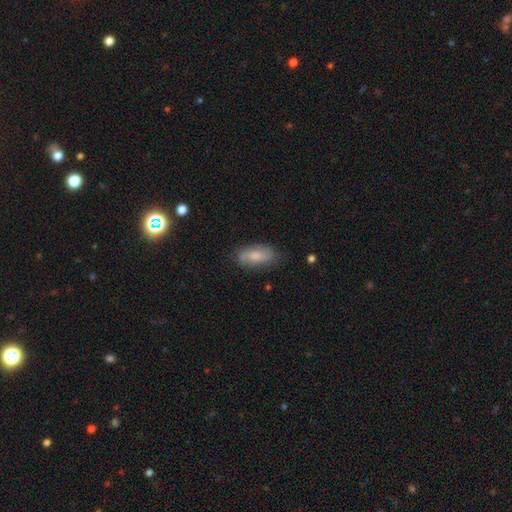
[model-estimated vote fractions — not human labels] smooth-or-featured: smooth: 64% | featured or disk: 29% | star or artifact: 7%
  how-rounded: in between: 82% | cigar-shaped: 15% | round: 3%
  merging: none: 75% | minor disturbance: 19% | major disturbance: 4% | merger: 2%